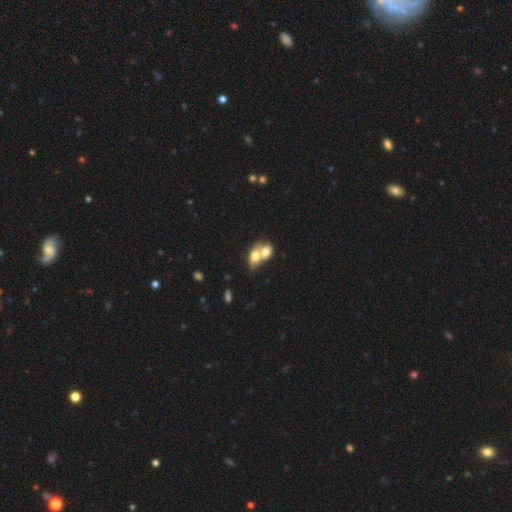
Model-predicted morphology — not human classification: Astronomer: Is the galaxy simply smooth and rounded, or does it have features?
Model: smooth — 68%.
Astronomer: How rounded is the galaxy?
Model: in between — 73%.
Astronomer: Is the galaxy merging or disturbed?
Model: merger — 79%.